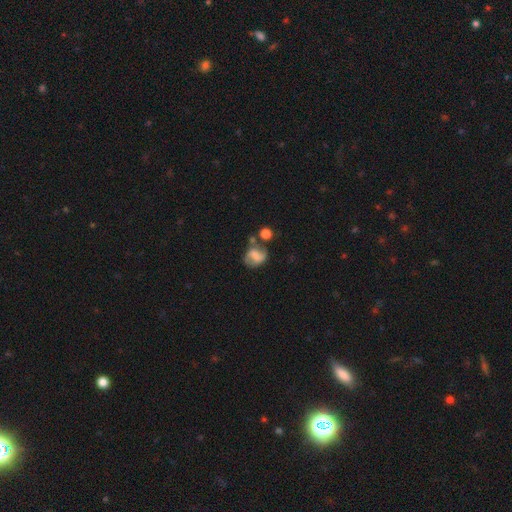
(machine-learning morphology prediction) Smooth or featured? featured or disk (47%)
Merging? none (49%)